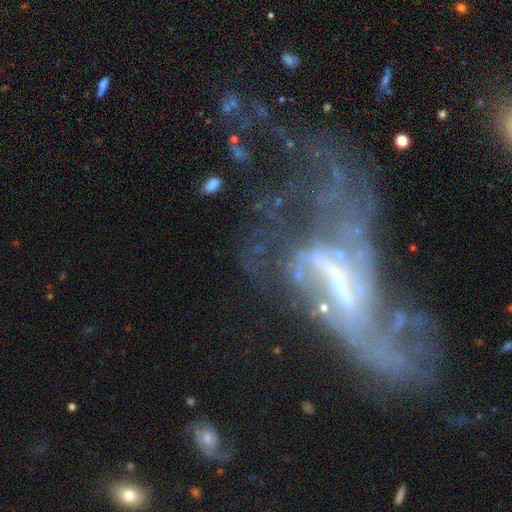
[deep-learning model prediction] smooth-or-featured: featured or disk: 75% | star or artifact: 13% | smooth: 12%
  disk-edge-on: no: 91% | yes: 9%
    bar: strong: 38% | weak: 32% | no: 31%
    has-spiral-arms: yes: 56% | no: 44%
    bulge-size: small: 40% | none: 27% | moderate: 27% | large: 5% | dominant: 2%
  merging: major disturbance: 51% | merger: 20% | none: 19% | minor disturbance: 11%